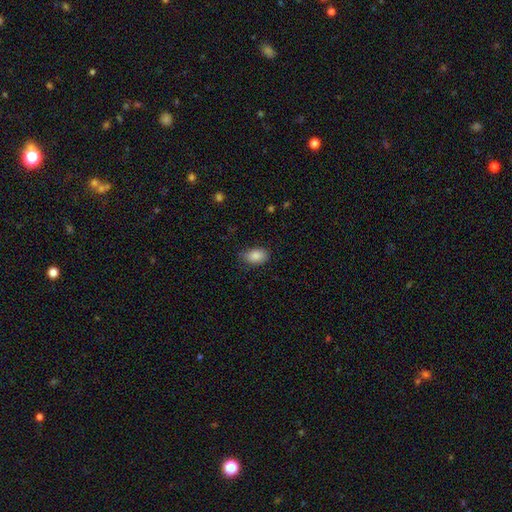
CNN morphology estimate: type=smooth (87%); roundness=in between (90%); merging=none (77%).